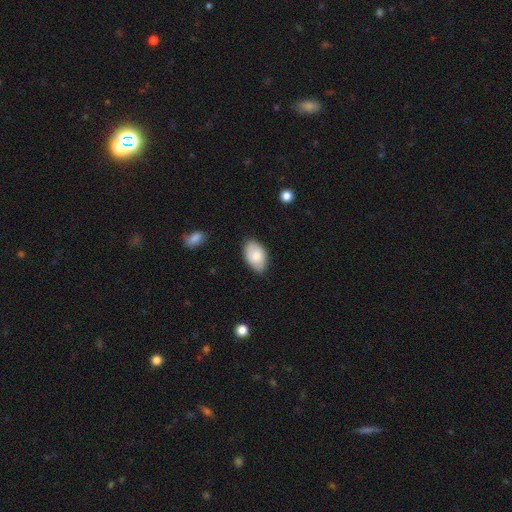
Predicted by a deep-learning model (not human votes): The model was most divided on "merging": none: 81%, minor disturbance: 15%, major disturbance: 2%, merger: 1%. More confident: how rounded — in between (94%); smooth or featured — smooth (81%).